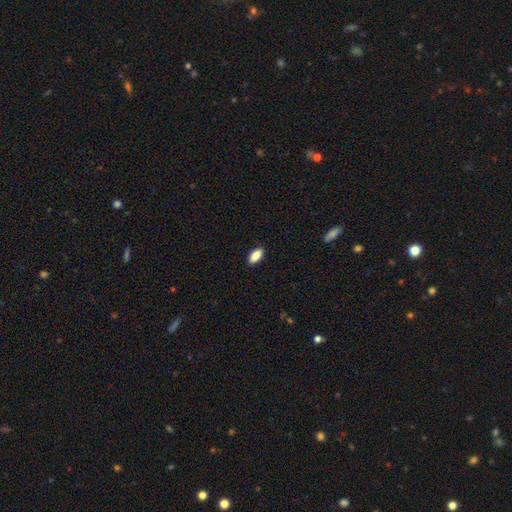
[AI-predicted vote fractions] Smooth or featured?
  - smooth: 87% *
  - star or artifact: 7%
  - featured or disk: 6%
How rounded?
  - in between: 90% *
  - cigar-shaped: 7%
  - round: 3%
Merging?
  - none: 89% *
  - minor disturbance: 8%
  - major disturbance: 2%
  - merger: 1%